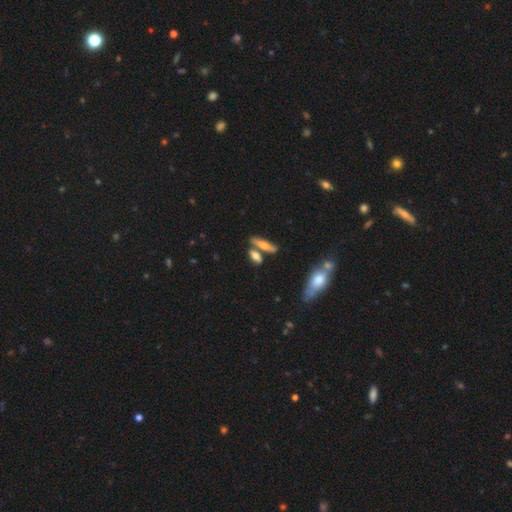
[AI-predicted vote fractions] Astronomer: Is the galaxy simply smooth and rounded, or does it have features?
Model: smooth — 62%.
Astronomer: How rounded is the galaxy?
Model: in between — 49% (runner-up: cigar-shaped, 44%).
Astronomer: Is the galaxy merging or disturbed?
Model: none — 60%.